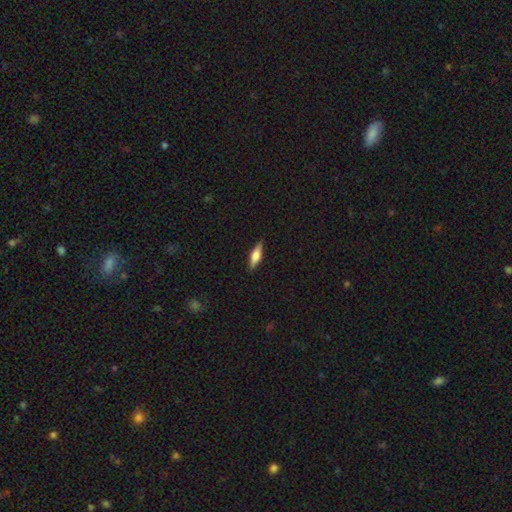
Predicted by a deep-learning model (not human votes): Smooth or featured? Predicted: smooth (p=0.54). How rounded? Predicted: in between (p=0.50). Merging? Predicted: none (p=0.87).